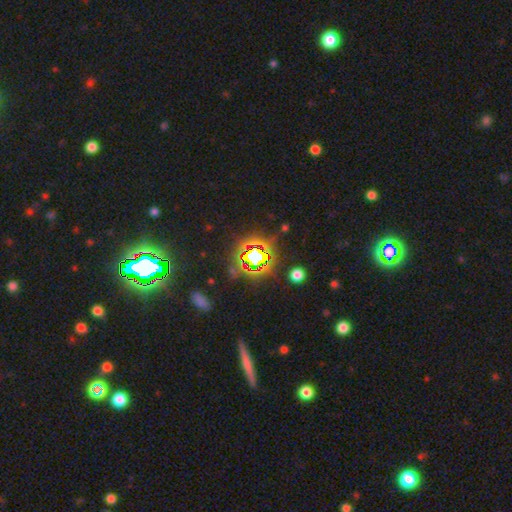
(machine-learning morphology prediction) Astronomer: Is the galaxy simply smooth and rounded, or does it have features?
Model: star or artifact — 75%.